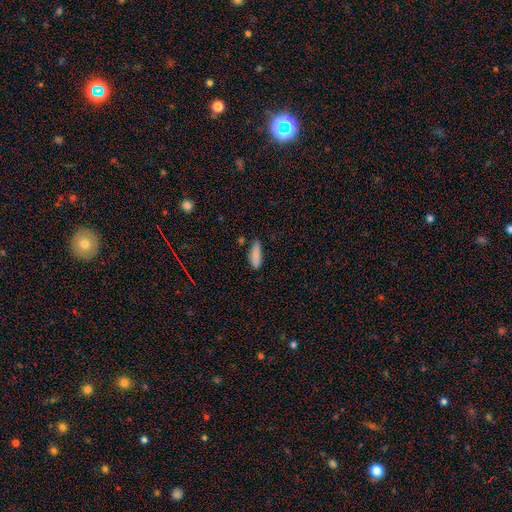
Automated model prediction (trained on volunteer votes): smooth 85%, star or artifact 8%, featured or disk 7%. Down the decision tree: how rounded — in between (50%); merging — none (67%).